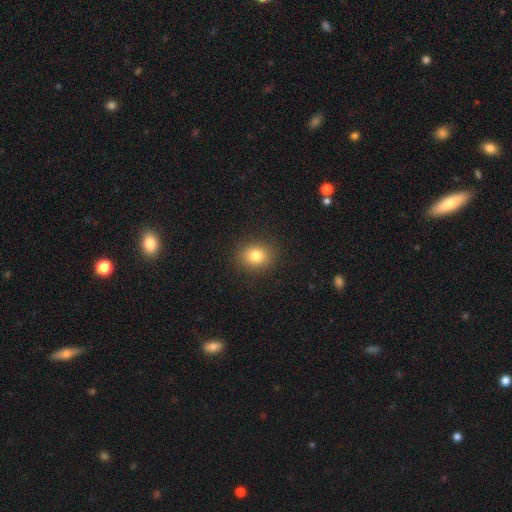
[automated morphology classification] Overall: smooth (81%). How rounded: round (67%; in between 32%). Merging: none (89%).